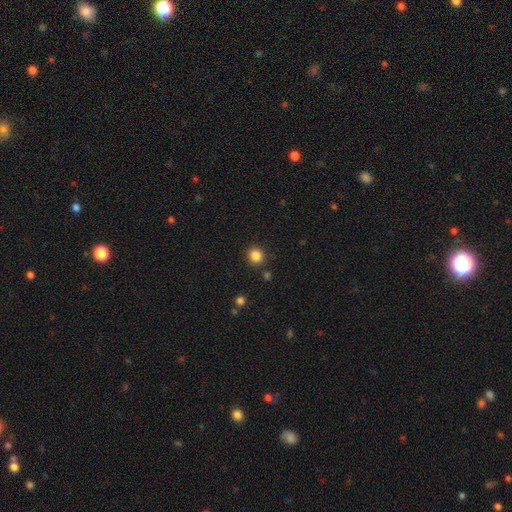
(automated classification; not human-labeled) smooth-or-featured: smooth: 85% | star or artifact: 11% | featured or disk: 4%
  how-rounded: round: 87% | in between: 12% | cigar-shaped: 1%
  merging: none: 88% | minor disturbance: 7% | merger: 3% | major disturbance: 2%